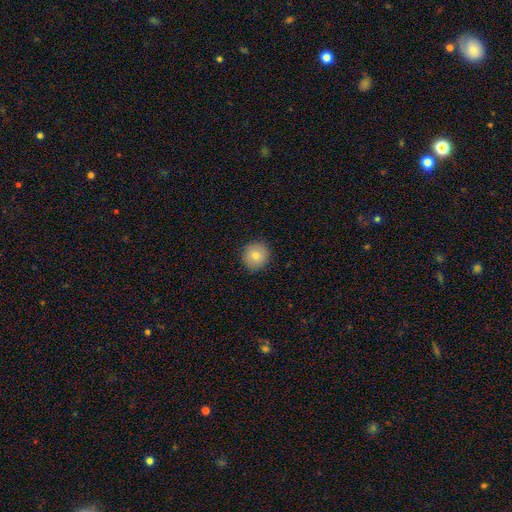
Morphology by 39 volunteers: Smooth or featured?
  - smooth: 79% *
  - featured or disk: 18%
  - star or artifact: 3%
How rounded?
  - round: 100% *
  - in between: 0%
  - cigar-shaped: 0%
Merging?
  - none: 92% *
  - minor disturbance: 8%
  - major disturbance: 0%
  - merger: 0%